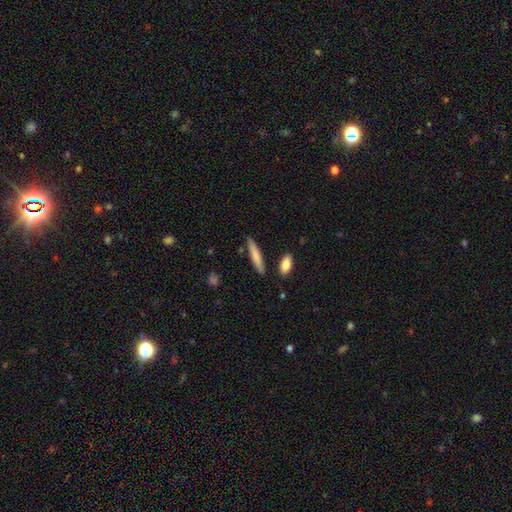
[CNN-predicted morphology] smooth-or-featured: smooth: 78% | featured or disk: 16% | star or artifact: 6%
  how-rounded: cigar-shaped: 87% | in between: 11% | round: 1%
  merging: none: 85% | minor disturbance: 9% | merger: 3% | major disturbance: 2%